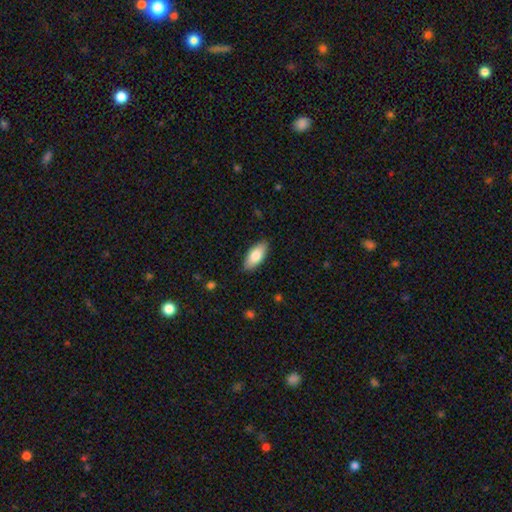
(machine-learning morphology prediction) The model was most divided on "smooth or featured": smooth: 81%, featured or disk: 13%, star or artifact: 6%. More confident: how rounded — in between (87%); merging — none (87%).